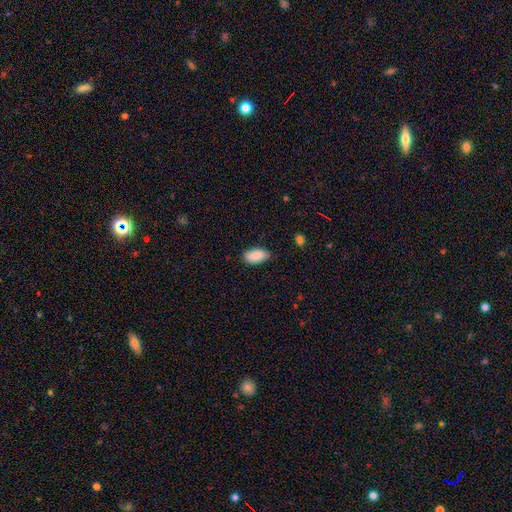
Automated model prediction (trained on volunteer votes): This appears to be a smooth galaxy with no disk features (89%) that is in between round and cigar-shaped (94%). Merging: none (77%).